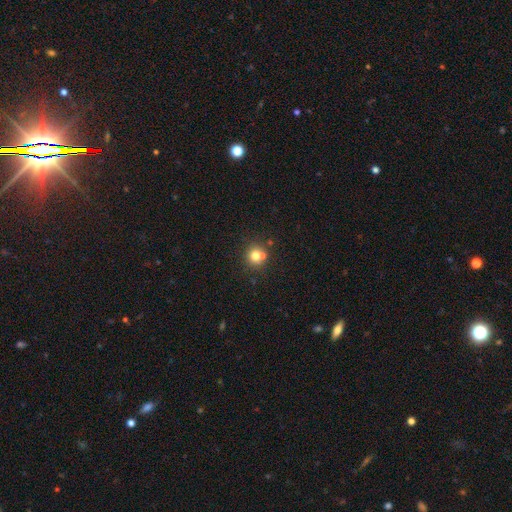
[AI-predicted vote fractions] Smooth or featured? Predicted: smooth (p=0.74). How rounded? Predicted: round (p=0.90). Merging? Predicted: none (p=0.63).